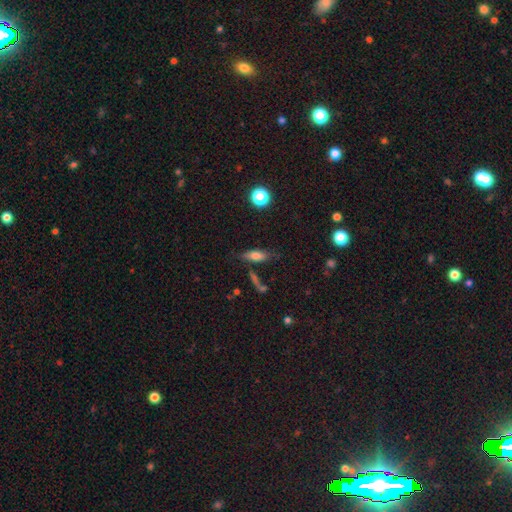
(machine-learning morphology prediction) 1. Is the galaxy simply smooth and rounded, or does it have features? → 73% smooth, 16% featured or disk, 11% star or artifact.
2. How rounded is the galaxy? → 68% in between, 27% cigar-shaped, 5% round.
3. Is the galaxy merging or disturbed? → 70% none, 17% minor disturbance, 7% merger, 6% major disturbance.